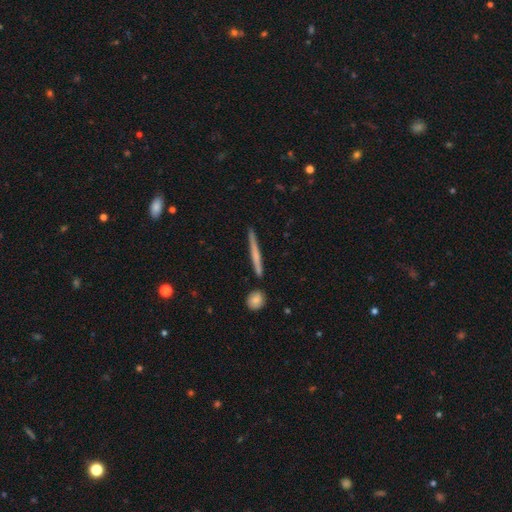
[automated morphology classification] This appears to be a smooth galaxy with no disk features (52%) that is cigar-shaped (96%). Merging: none (86%).